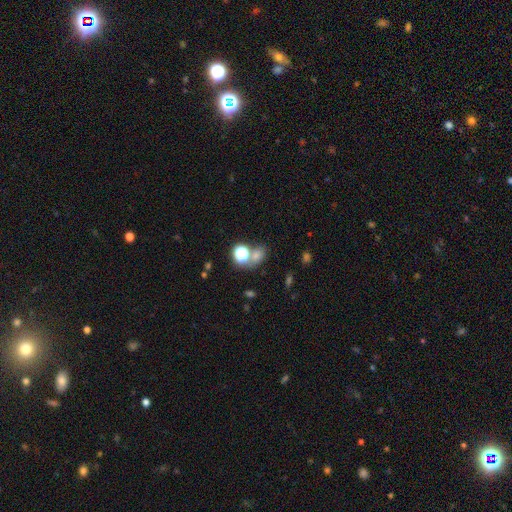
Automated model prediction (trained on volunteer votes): Smooth or featured?
  - smooth: 49% *
  - star or artifact: 41%
  - featured or disk: 10%
Merging?
  - none: 58% *
  - merger: 26%
  - minor disturbance: 10%
  - major disturbance: 6%